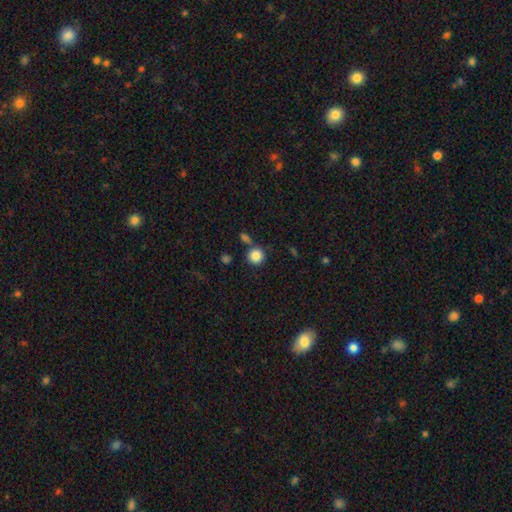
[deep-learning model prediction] A smooth galaxy with no disk features (85%) that is round (92%).

Vote fractions:
- Smooth or featured? smooth: 85% / star or artifact: 10% / featured or disk: 5%
- How rounded? round: 92% / in between: 7% / cigar-shaped: 1%
- Merging? none: 78% / merger: 10% / minor disturbance: 9% / major disturbance: 3%